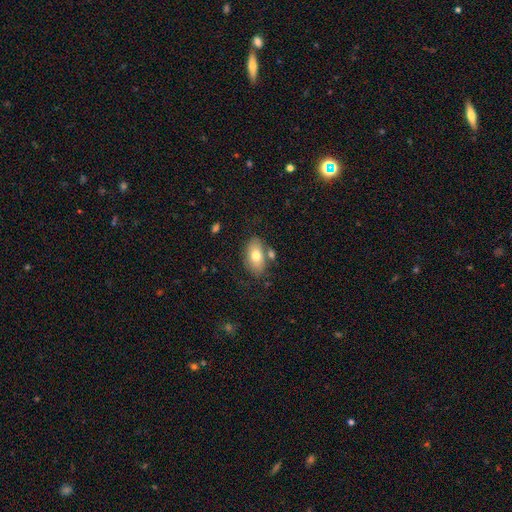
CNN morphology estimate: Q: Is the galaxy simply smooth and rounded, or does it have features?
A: smooth — 71%.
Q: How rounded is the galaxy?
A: in between — 90%.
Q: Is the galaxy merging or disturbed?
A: none — 66%.